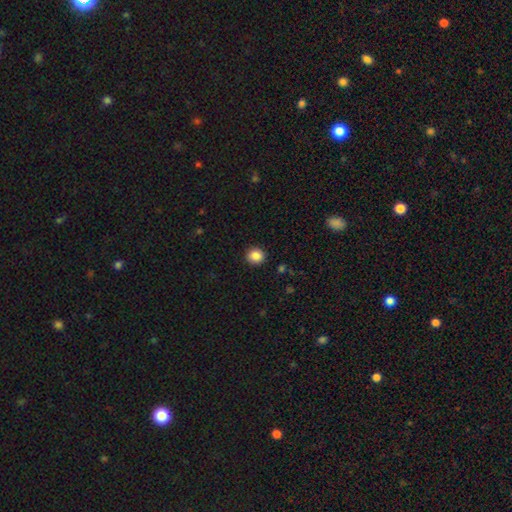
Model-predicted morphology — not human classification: Overall: smooth (87%). How rounded: round (85%). Merging: none (92%).